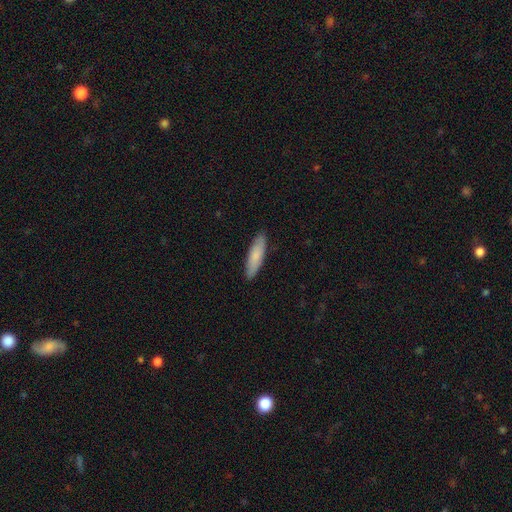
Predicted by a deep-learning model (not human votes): Smooth or featured? Predicted: smooth (p=0.80). How rounded? Predicted: cigar-shaped (p=0.69). Merging? Predicted: none (p=0.89).